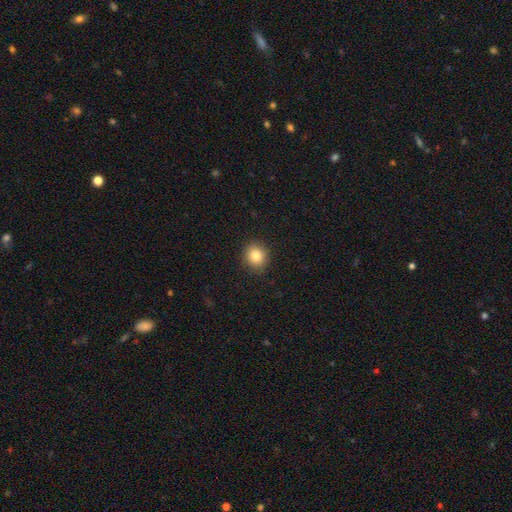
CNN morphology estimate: smooth_or_featured: smooth (p=0.84) [alt: star or artifact p=0.10]
how_rounded: round (p=0.80) [alt: in between p=0.19]
merging: none (p=0.90) [alt: minor disturbance p=0.07]